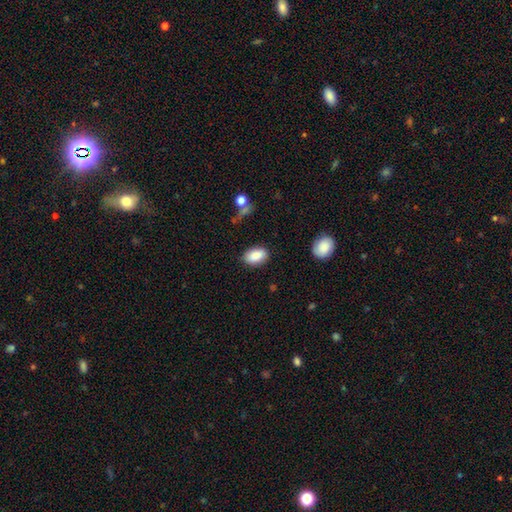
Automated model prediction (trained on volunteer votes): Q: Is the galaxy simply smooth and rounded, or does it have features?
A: smooth — 87%.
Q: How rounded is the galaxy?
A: in between — 91%.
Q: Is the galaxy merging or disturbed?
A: none — 83%.